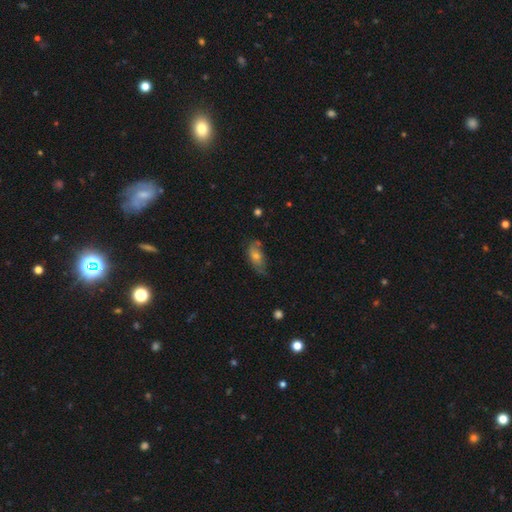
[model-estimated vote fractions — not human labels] This appears to be a smooth galaxy with no disk features (56%) that is in between round and cigar-shaped (81%). Merging: none (54%).